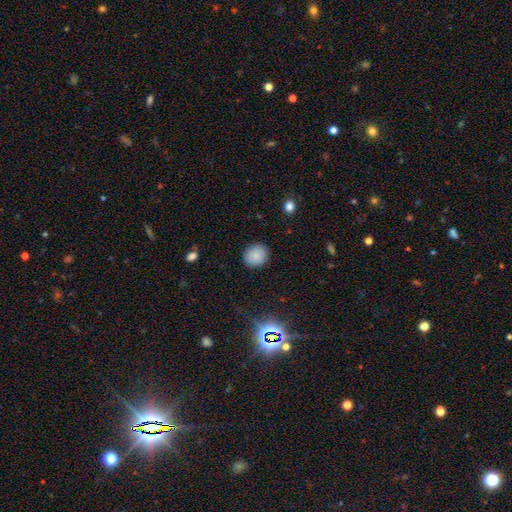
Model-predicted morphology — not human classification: Smooth or featured? smooth (83%)
How rounded? round (71%)
Merging? none (88%)